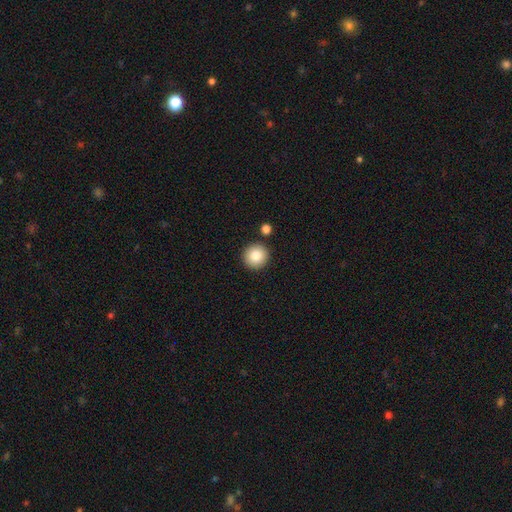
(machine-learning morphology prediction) Overall: smooth (84%). How rounded: round (95%). Merging: none (88%).